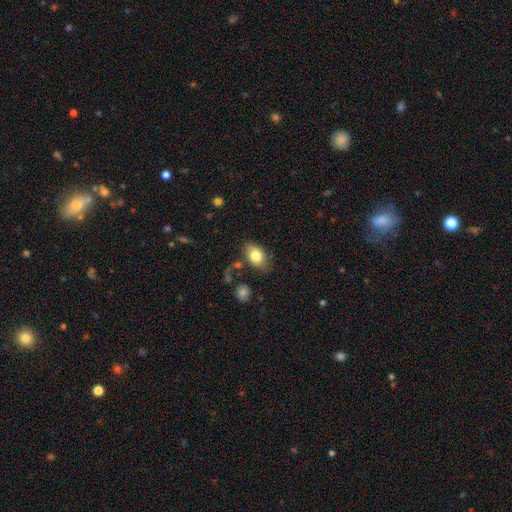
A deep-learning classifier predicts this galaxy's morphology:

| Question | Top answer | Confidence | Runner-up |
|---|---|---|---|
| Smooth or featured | smooth | 79% | featured or disk (14%) |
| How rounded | in between | 86% | round (12%) |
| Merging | none | 68% | minor disturbance (19%) |